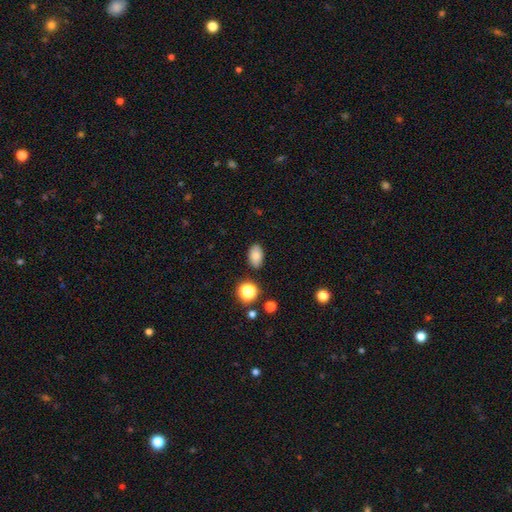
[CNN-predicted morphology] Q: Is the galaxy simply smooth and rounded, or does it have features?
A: smooth — 81%.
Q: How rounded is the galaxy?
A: in between — 88%.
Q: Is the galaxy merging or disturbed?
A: none — 85%.